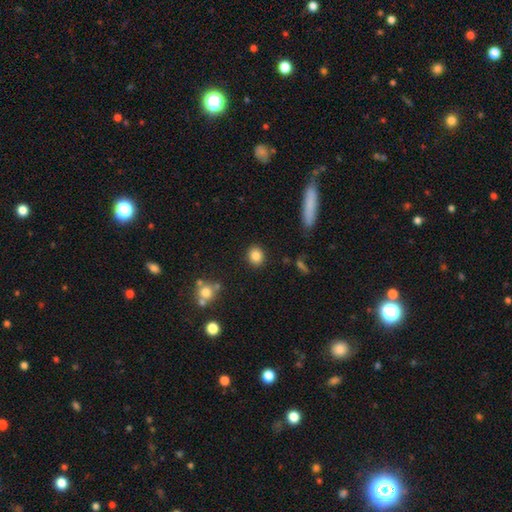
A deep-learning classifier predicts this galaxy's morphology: Smooth or featured?
  - smooth: 84% *
  - star or artifact: 10%
  - featured or disk: 6%
How rounded?
  - round: 75% *
  - in between: 24%
  - cigar-shaped: 2%
Merging?
  - none: 89% *
  - minor disturbance: 7%
  - major disturbance: 2%
  - merger: 2%